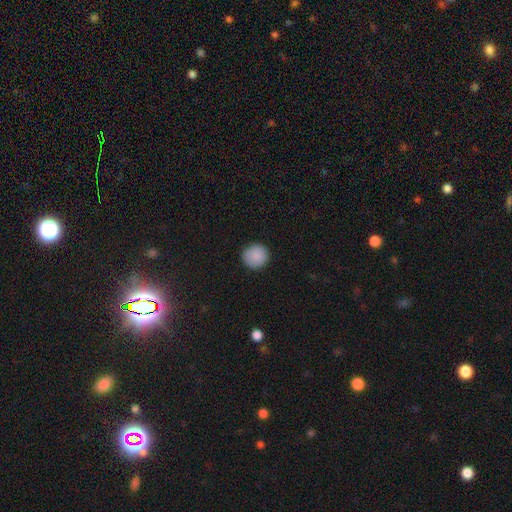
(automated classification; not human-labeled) A smooth galaxy with no disk features (89%) that is round (92%). Merging: none (89%).